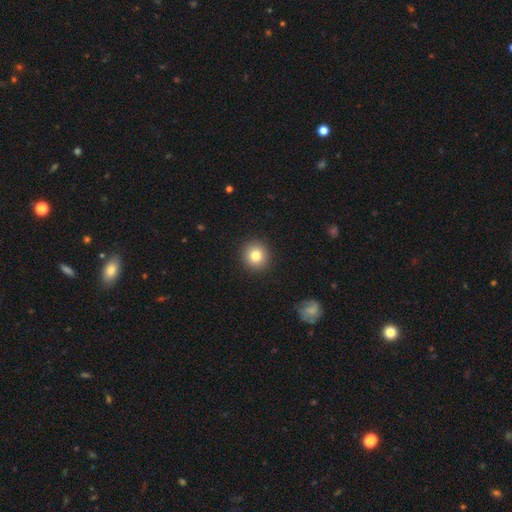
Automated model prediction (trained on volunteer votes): Morphology: type=smooth (82%); roundness=round (93%); merging=none (92%).